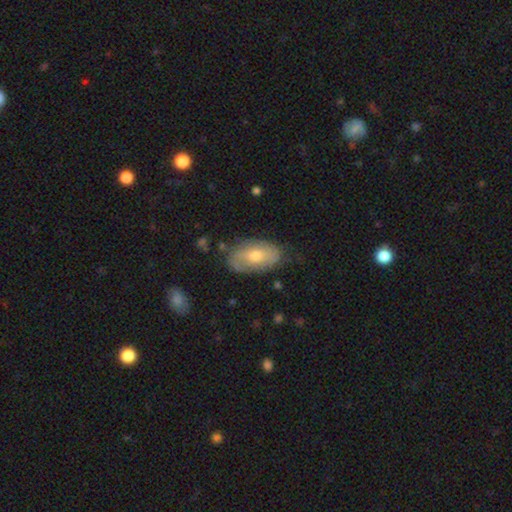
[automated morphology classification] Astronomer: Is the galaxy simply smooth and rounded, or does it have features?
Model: smooth — 53% (runner-up: featured or disk, 40%).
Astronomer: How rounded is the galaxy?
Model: in between — 92%.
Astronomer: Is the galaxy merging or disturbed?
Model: none — 70%.